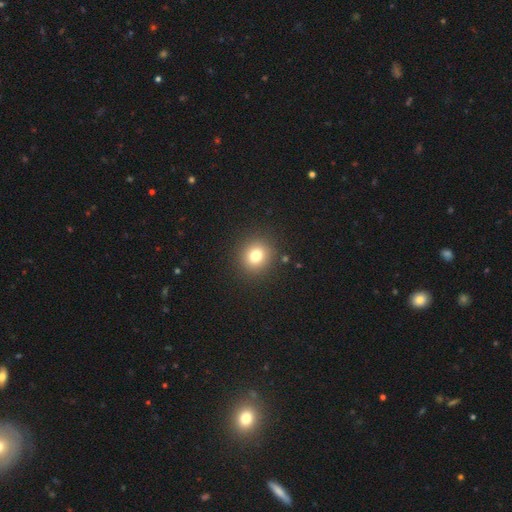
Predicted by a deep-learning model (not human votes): Smooth or featured? smooth (78%)
How rounded? round (84%)
Merging? none (90%)